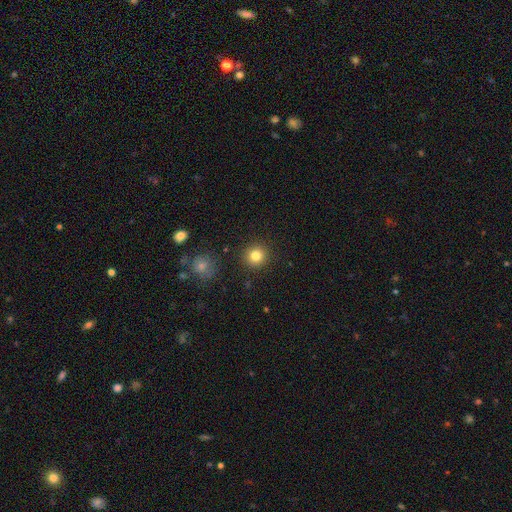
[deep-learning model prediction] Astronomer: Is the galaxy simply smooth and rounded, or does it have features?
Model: smooth — 82%.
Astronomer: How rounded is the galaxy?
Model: round — 93%.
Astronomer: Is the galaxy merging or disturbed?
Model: none — 91%.